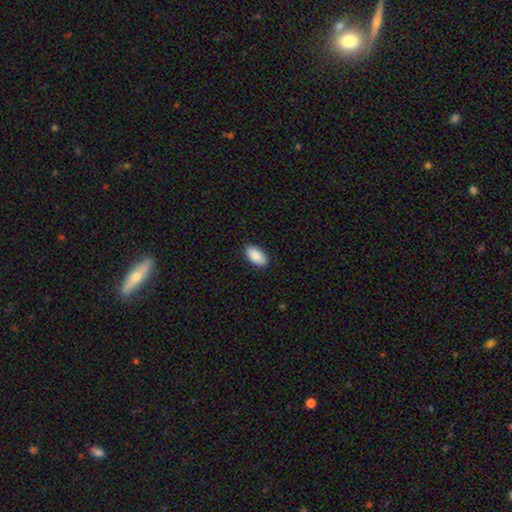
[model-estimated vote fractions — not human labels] Overall: smooth (88%). How rounded: in between (94%). Merging: none (89%).